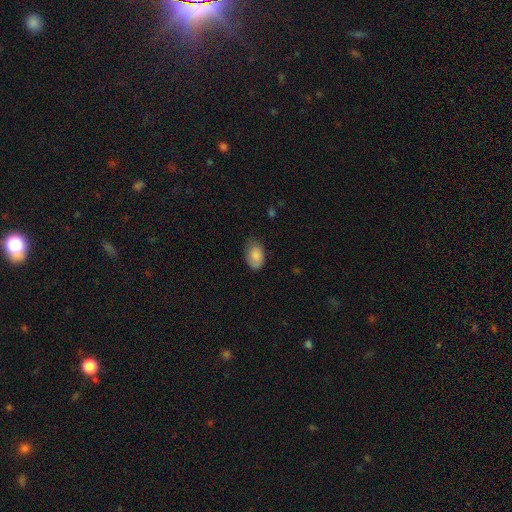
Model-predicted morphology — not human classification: Smooth or featured: smooth — 85% (featured or disk — 8%)
How rounded: in between — 88% (round — 11%)
Merging: none — 67% (minor disturbance — 26%)